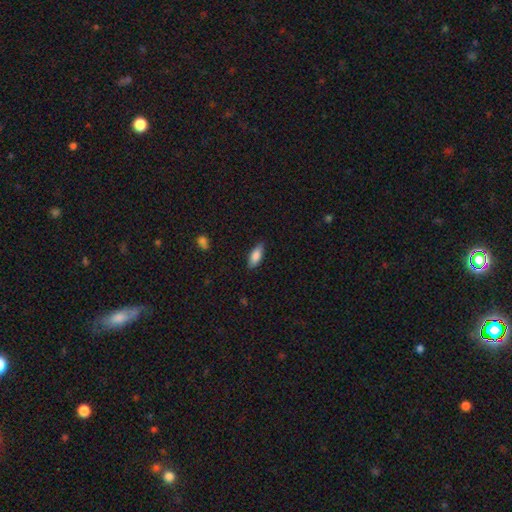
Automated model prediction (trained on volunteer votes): A smooth galaxy with no disk features (84%) that is in between round and cigar-shaped (76%). Merging: none (85%).